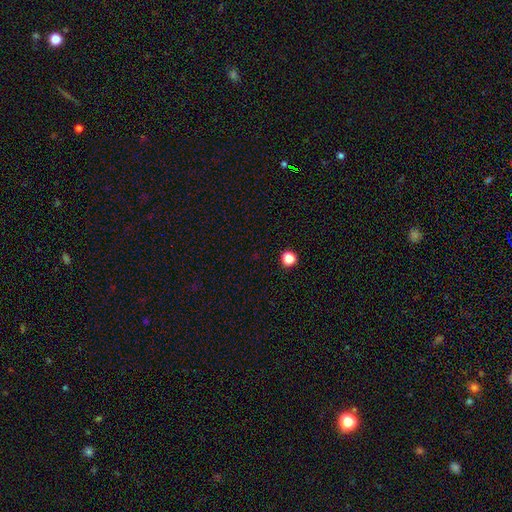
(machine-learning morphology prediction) This appears to be a smooth galaxy with no disk features (56%) that is round (91%). Merging: none (90%).